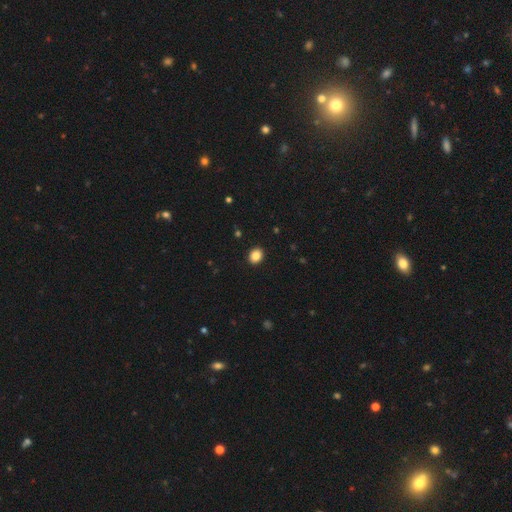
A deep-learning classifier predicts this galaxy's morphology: This appears to be a smooth galaxy with no disk features (87%) that is round (52%). Merging: none (92%).